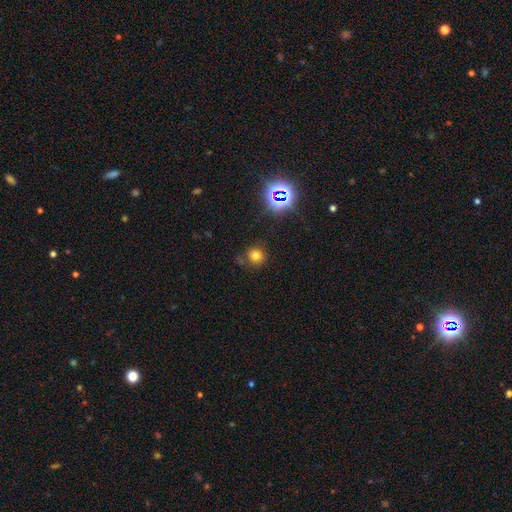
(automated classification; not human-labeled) This appears to be a smooth galaxy with no disk features (70%) that is round (90%). Merging: none (78%).